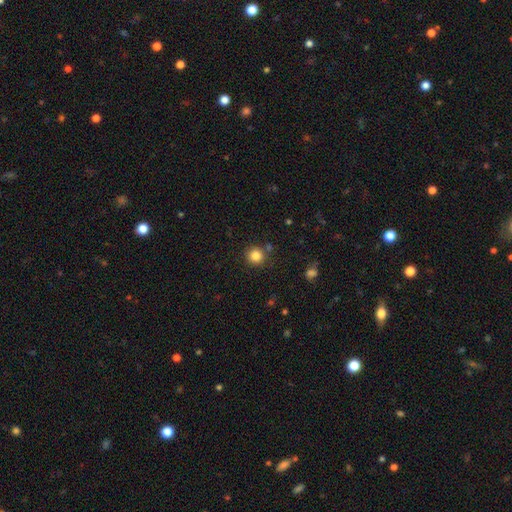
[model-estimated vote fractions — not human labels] A smooth galaxy with no disk features (84%) that is round (93%).

Vote fractions:
- Smooth or featured? smooth: 84% / star or artifact: 11% / featured or disk: 5%
- How rounded? round: 93% / in between: 6% / cigar-shaped: 1%
- Merging? none: 85% / minor disturbance: 7% / merger: 5% / major disturbance: 3%